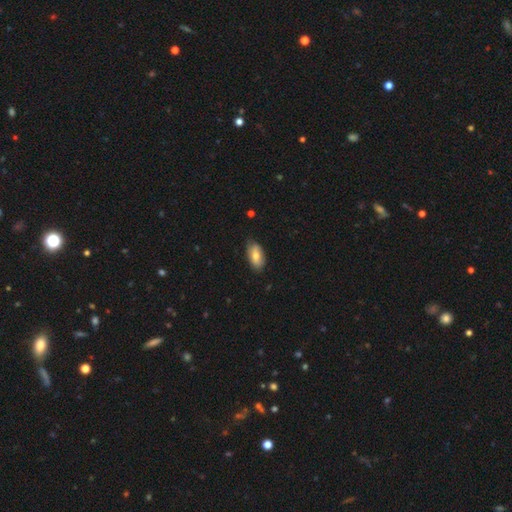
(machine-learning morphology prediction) Q: Smooth or featured?
A: smooth (73%); runner-up: featured or disk (20%)
Q: How rounded?
A: in between (92%); runner-up: cigar-shaped (5%)
Q: Merging?
A: none (77%); runner-up: minor disturbance (20%)